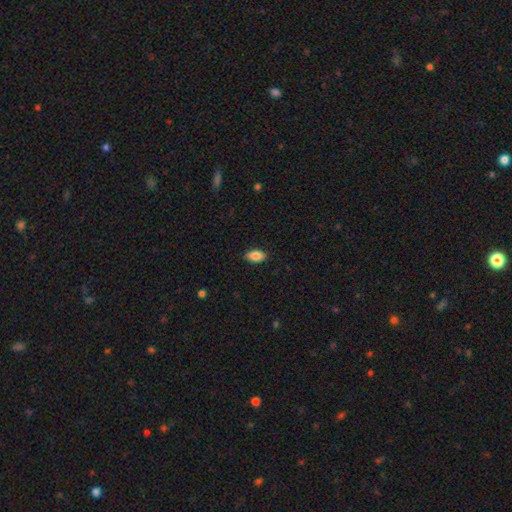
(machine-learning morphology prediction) Smooth or featured? smooth (86%)
How rounded? in between (92%)
Merging? none (88%)